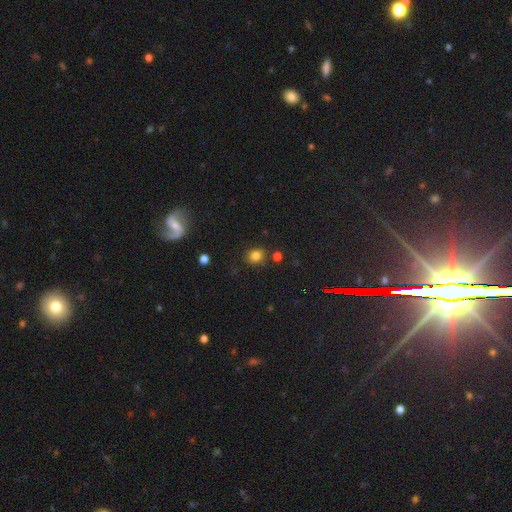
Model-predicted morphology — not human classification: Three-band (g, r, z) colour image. It shows a smooth galaxy with no disk features (81%) that is round (74%). Merging: none (80%).